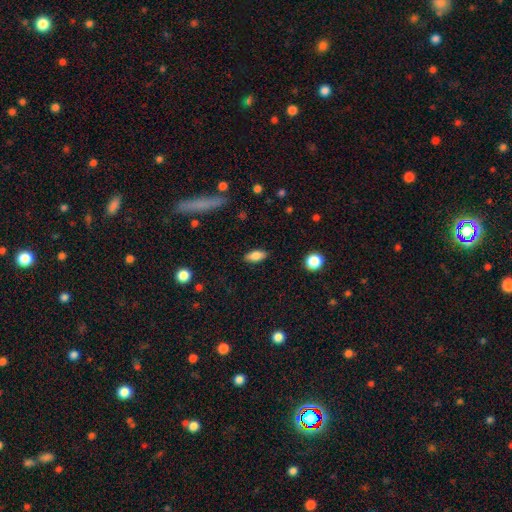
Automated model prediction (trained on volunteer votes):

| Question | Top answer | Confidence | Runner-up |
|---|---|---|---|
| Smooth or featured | smooth | 83% | featured or disk (9%) |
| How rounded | in between | 86% | cigar-shaped (11%) |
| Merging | none | 87% | minor disturbance (9%) |